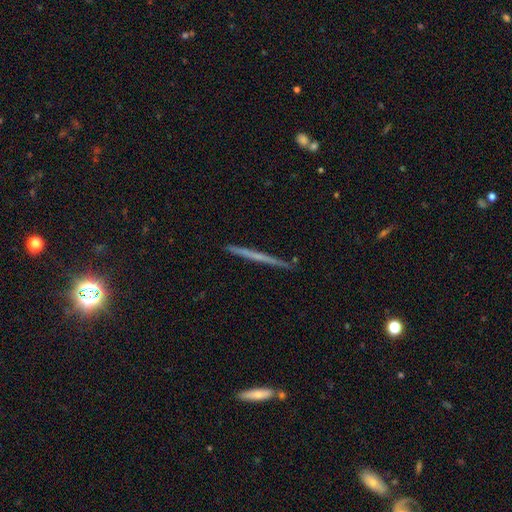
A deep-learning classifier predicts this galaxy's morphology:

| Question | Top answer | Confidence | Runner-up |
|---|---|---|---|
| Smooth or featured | featured or disk | 58% | smooth (36%) |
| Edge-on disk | yes | 98% | no (2%) |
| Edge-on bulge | none | 82% | rounded (13%) |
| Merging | none | 90% | minor disturbance (7%) |